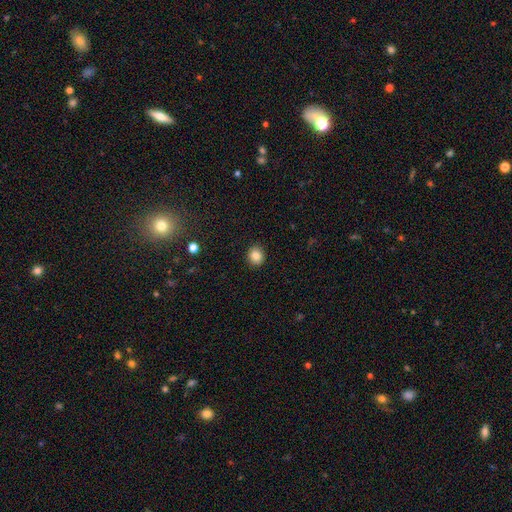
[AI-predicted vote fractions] Smooth or featured? smooth (84%)
How rounded? round (81%)
Merging? none (91%)